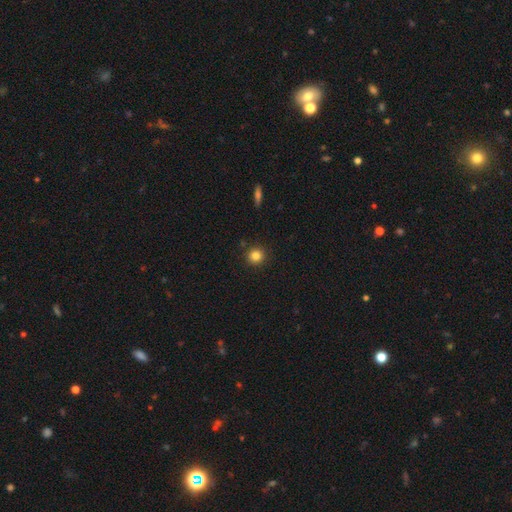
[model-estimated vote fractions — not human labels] Smooth or featured? Predicted: smooth (p=0.83). How rounded? Predicted: round (p=0.93). Merging? Predicted: none (p=0.90).